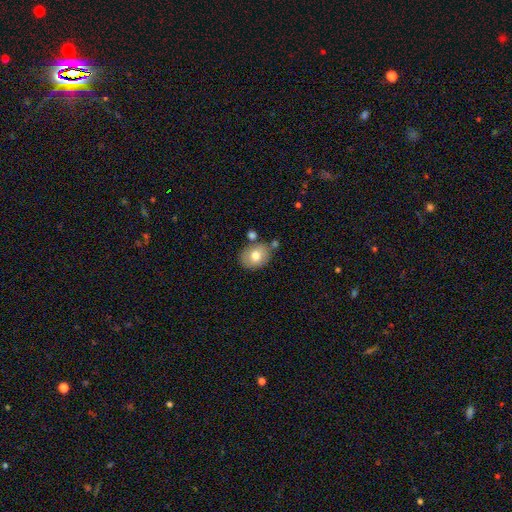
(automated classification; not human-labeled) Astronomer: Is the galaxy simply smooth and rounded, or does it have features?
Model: smooth — 74%.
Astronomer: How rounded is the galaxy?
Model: in between — 52% (runner-up: round, 47%).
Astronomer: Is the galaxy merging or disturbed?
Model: none — 69%.